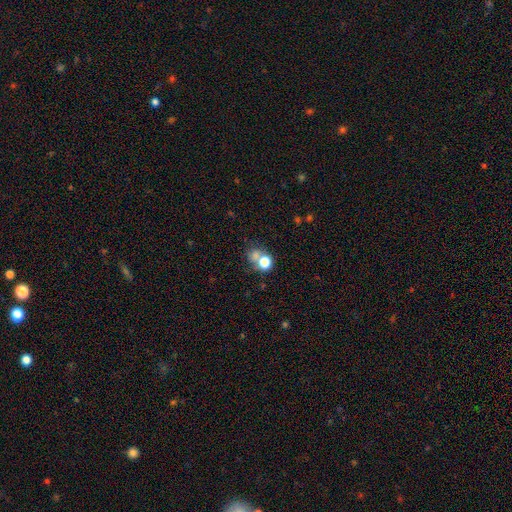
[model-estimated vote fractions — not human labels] Smooth or featured? smooth (67%)
How rounded? round (72%)
Merging? none (43%)